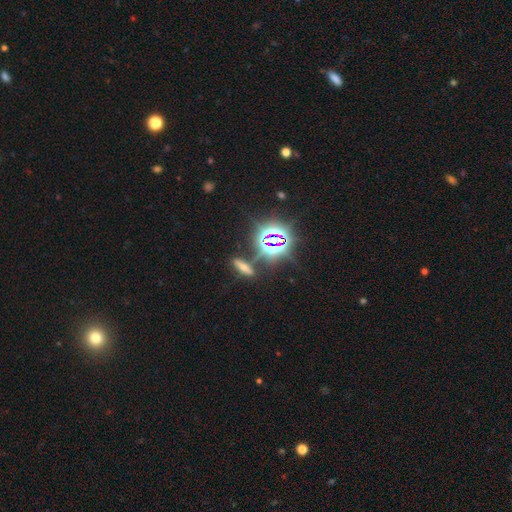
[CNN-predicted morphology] The model was most divided on "smooth or featured": star or artifact: 74%, smooth: 19%, featured or disk: 8%.